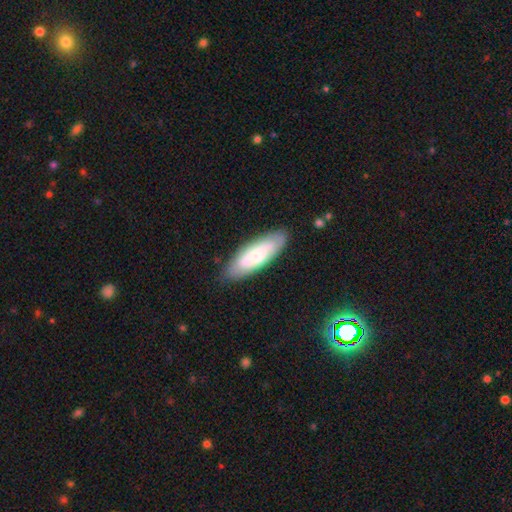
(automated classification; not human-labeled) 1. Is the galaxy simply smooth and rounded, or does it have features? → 65% smooth, 26% featured or disk, 9% star or artifact.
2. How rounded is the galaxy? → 55% in between, 44% cigar-shaped, 2% round.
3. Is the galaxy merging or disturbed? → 85% none, 12% minor disturbance, 2% major disturbance, 1% merger.